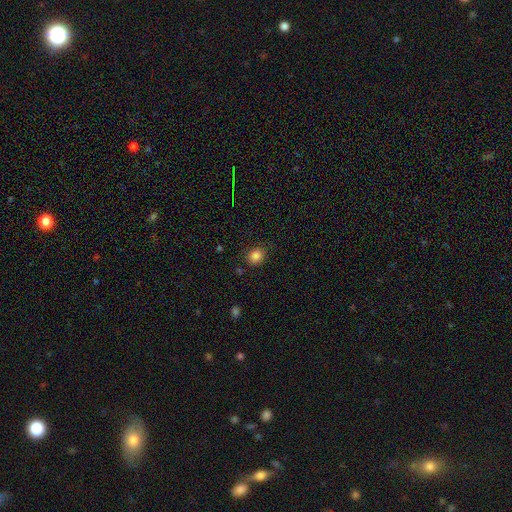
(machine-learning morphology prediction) smooth-or-featured: smooth: 84% | star or artifact: 11% | featured or disk: 4%
  how-rounded: round: 63% | in between: 36% | cigar-shaped: 1%
  merging: none: 83% | minor disturbance: 12% | major disturbance: 3% | merger: 2%